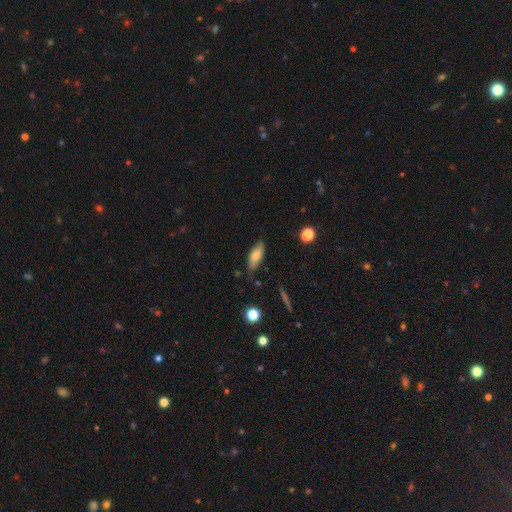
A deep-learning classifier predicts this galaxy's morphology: smooth 75%, featured or disk 17%, star or artifact 7%. Down the decision tree: how rounded — in between (76%); merging — none (78%).